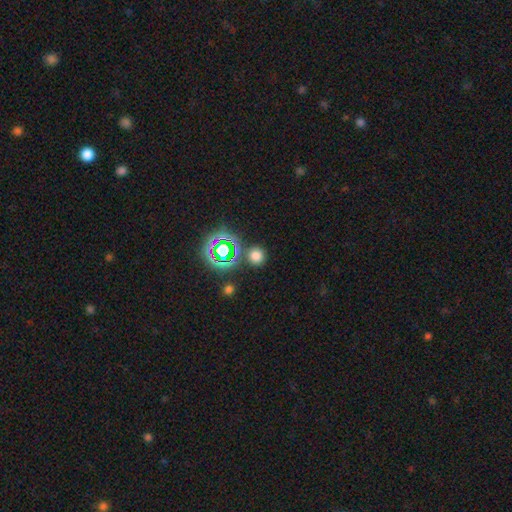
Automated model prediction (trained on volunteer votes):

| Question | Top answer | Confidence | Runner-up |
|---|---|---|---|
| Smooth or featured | smooth | 70% | star or artifact (24%) |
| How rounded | round | 90% | in between (8%) |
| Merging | none | 84% | minor disturbance (8%) |